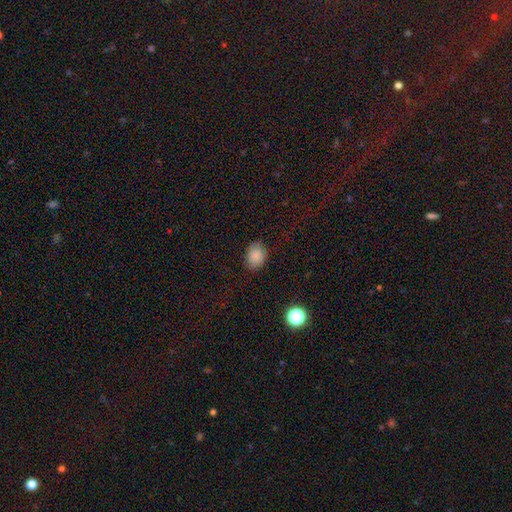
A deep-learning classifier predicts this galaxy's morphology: This is clearly a smooth galaxy (84%). How rounded: likely in between (68%). Merging: clearly none (82%).